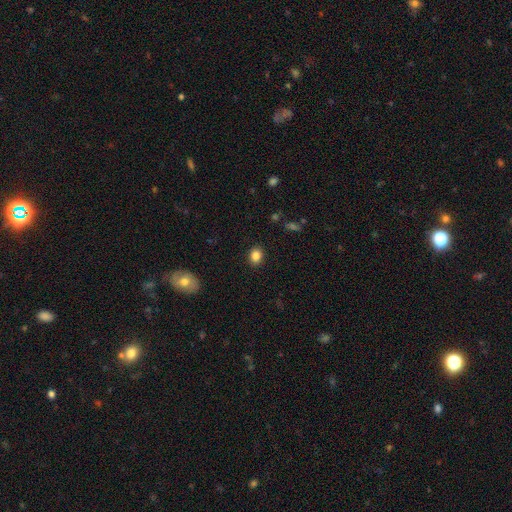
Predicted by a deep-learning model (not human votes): Overall: smooth (85%). How rounded: in between (50%; round 49%). Merging: none (89%).